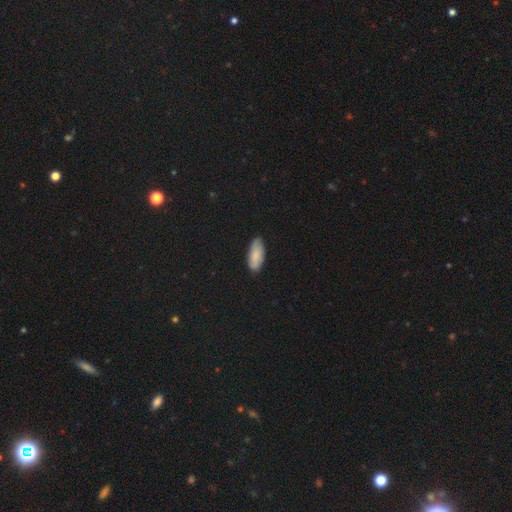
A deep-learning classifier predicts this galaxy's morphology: The model was most divided on "merging": none: 77%, minor disturbance: 19%, major disturbance: 3%, merger: 1%. More confident: how rounded — in between (86%); smooth or featured — smooth (81%).